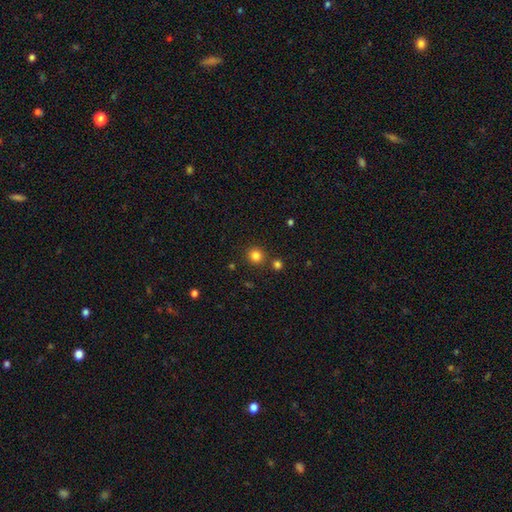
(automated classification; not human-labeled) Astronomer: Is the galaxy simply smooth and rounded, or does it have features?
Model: smooth — 82%.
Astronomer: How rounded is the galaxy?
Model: round — 92%.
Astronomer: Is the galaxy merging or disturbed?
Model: none — 85%.